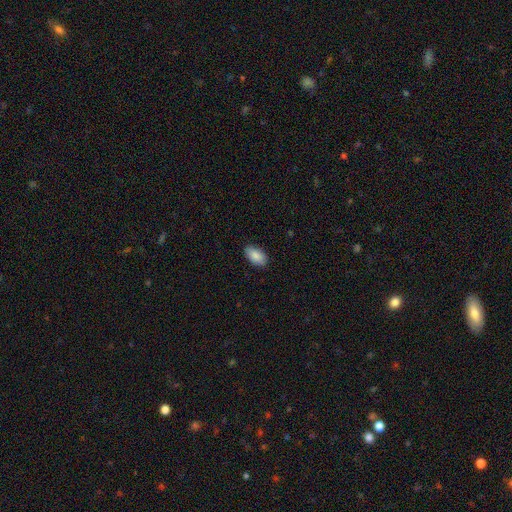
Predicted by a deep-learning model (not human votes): Morphology: type=smooth (88%); roundness=in between (94%); merging=none (85%).